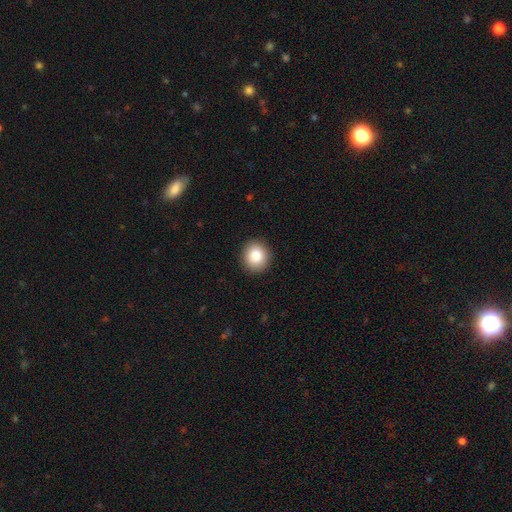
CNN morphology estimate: smooth_or_featured: smooth (p=0.85) [alt: star or artifact p=0.09]
how_rounded: round (p=0.83) [alt: in between p=0.16]
merging: none (p=0.91) [alt: minor disturbance p=0.06]